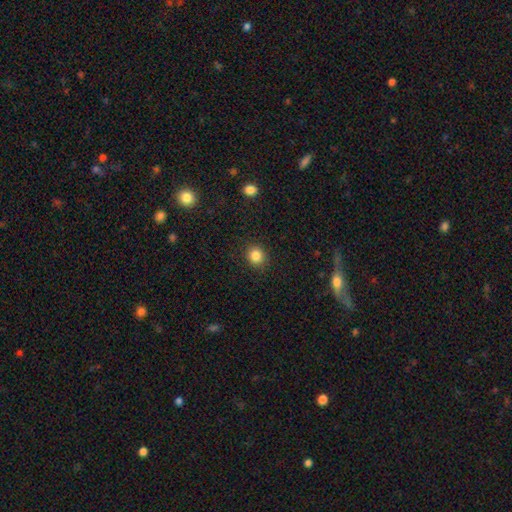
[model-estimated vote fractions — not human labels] Q: Smooth or featured?
A: smooth (84%); runner-up: star or artifact (11%)
Q: How rounded?
A: round (83%); runner-up: in between (16%)
Q: Merging?
A: none (89%); runner-up: minor disturbance (7%)